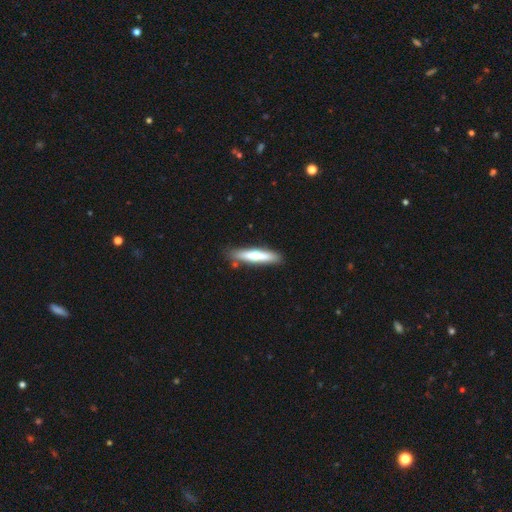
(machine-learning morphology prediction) Smooth or featured? Predicted: smooth (p=0.67). How rounded? Predicted: cigar-shaped (p=0.88). Merging? Predicted: none (p=0.82).